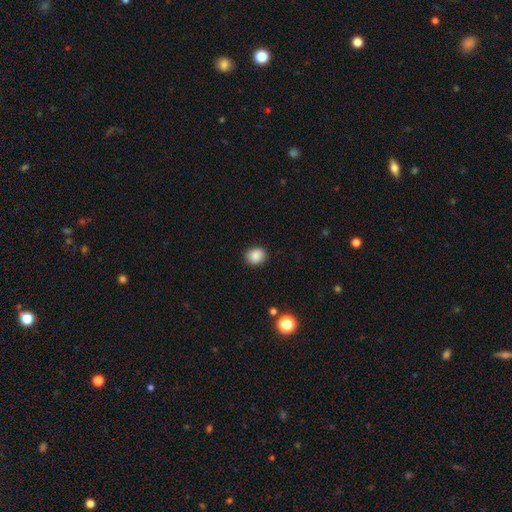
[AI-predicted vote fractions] smooth-or-featured: smooth: 87% | star or artifact: 9% | featured or disk: 3%
  how-rounded: round: 68% | in between: 31% | cigar-shaped: 1%
  merging: none: 88% | minor disturbance: 8% | major disturbance: 2% | merger: 1%